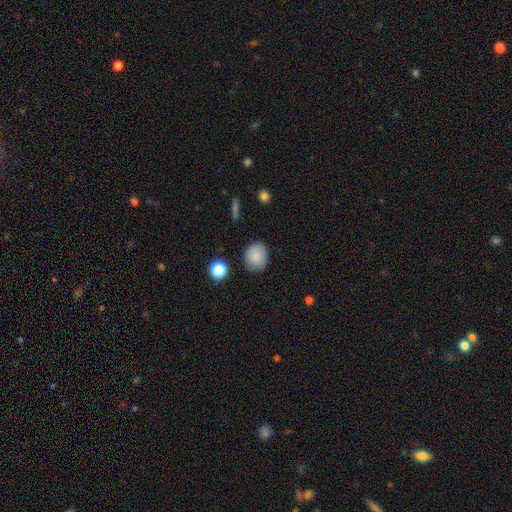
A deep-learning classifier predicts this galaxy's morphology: smooth 85%, star or artifact 9%, featured or disk 6%. Down the decision tree: how rounded — round (68%); merging — none (85%).